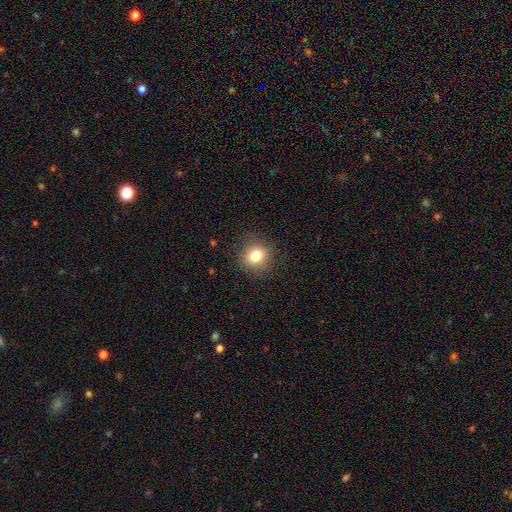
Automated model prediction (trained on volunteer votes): smooth_or_featured: smooth (p=0.80) [alt: star or artifact p=0.12]
how_rounded: round (p=0.81) [alt: in between p=0.18]
merging: none (p=0.86) [alt: minor disturbance p=0.09]